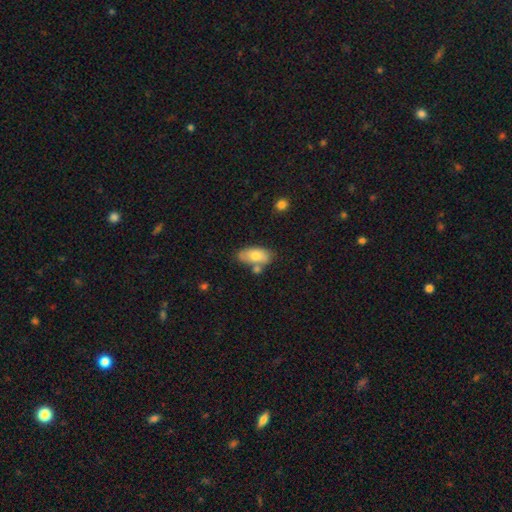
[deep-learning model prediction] This appears to be a smooth galaxy with no disk features (71%) that is in between round and cigar-shaped (91%). Merging: none (59%).